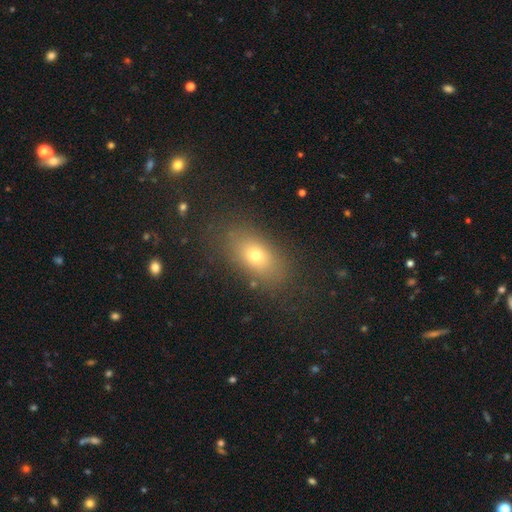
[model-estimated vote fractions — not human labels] Smooth or featured? Predicted: smooth (p=0.73). How rounded? Predicted: in between (p=0.83). Merging? Predicted: none (p=0.81).